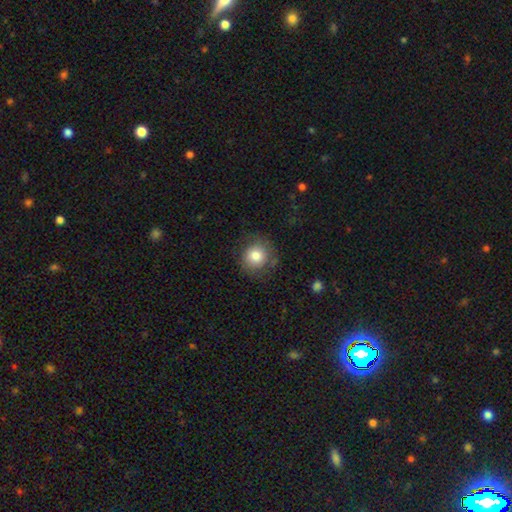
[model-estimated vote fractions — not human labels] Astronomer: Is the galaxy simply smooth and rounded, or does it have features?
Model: smooth — 80%.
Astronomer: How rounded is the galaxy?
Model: round — 90%.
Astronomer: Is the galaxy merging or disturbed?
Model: none — 76%.